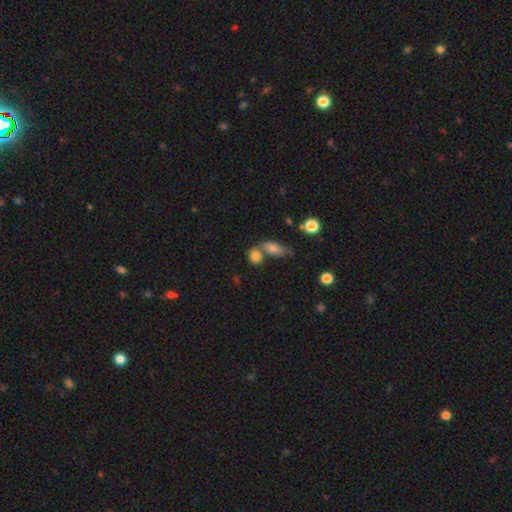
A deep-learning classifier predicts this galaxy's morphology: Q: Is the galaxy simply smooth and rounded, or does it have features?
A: smooth — 81%.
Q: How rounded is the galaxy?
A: in between — 56%.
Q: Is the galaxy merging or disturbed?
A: none — 45%.